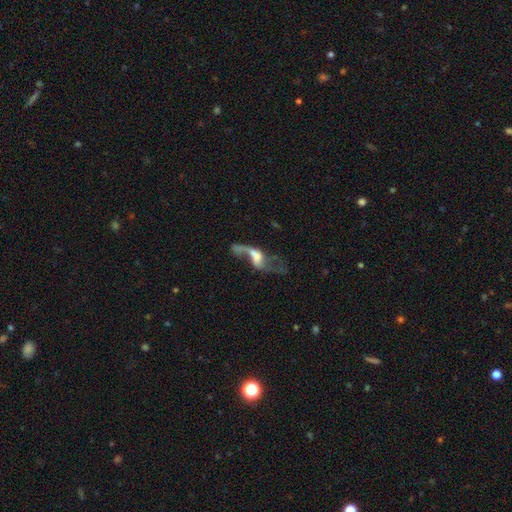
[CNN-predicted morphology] A featured or disk galaxy (66%) with no bar (53%), spiral arms (68%) and a moderate central bulge (31%).

Vote fractions:
- Smooth or featured? featured or disk: 66% / smooth: 23% / star or artifact: 11%
- Edge-on disk? no: 90% / yes: 10%
- Bar? no: 53% / weak: 34% / strong: 14%
- Spiral arms? yes: 68% / no: 32%
- Bulge size? moderate: 31% / none: 24% / small: 20% / large: 20% / dominant: 4%
- Merging? major disturbance: 41% / merger: 25% / none: 23% / minor disturbance: 11%